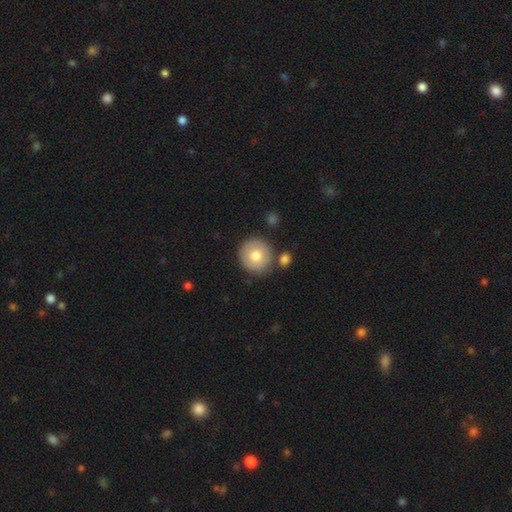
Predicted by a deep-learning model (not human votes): Q: Smooth or featured?
A: smooth (75%); runner-up: featured or disk (17%)
Q: How rounded?
A: round (94%); runner-up: in between (5%)
Q: Merging?
A: none (80%); runner-up: minor disturbance (9%)